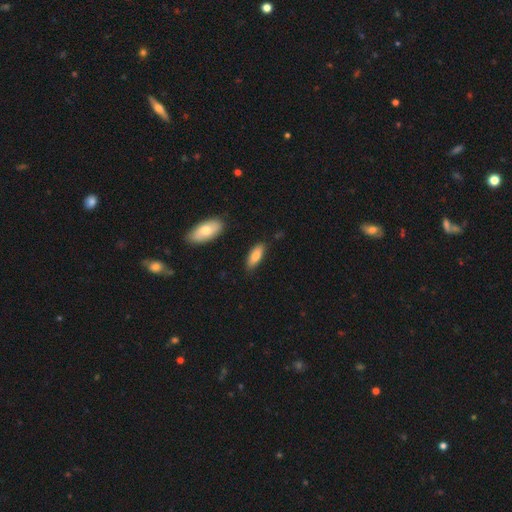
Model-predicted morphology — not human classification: This is clearly a smooth galaxy (81%). How rounded: likely in between (73%). Merging: clearly none (83%).